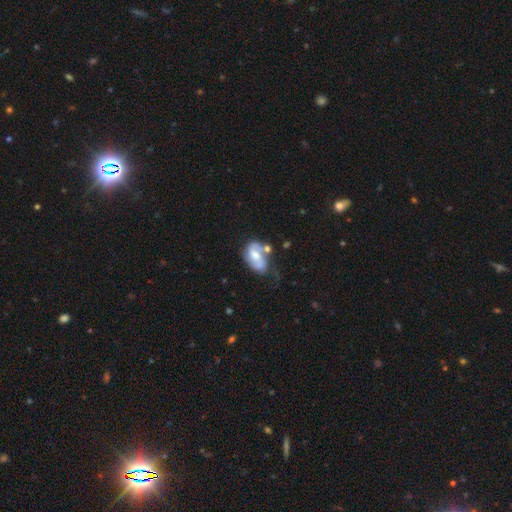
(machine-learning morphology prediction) A featured or disk galaxy (59%) with no bar (45%), spiral arms (76%) and a moderate central bulge (56%). Merging: none (31%).